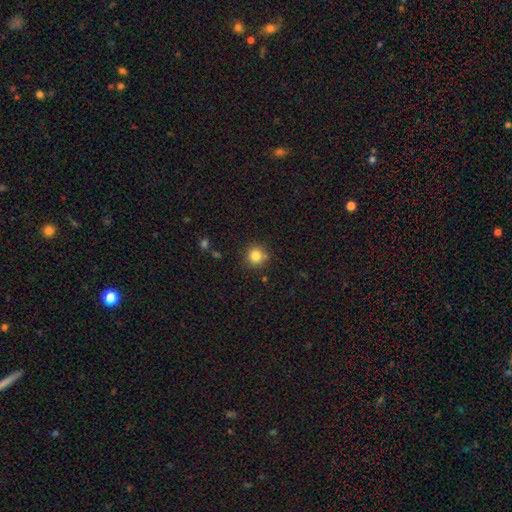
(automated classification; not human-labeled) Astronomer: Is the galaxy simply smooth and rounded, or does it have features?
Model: smooth — 83%.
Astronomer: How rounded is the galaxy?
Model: round — 93%.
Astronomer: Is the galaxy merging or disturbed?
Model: none — 82%.